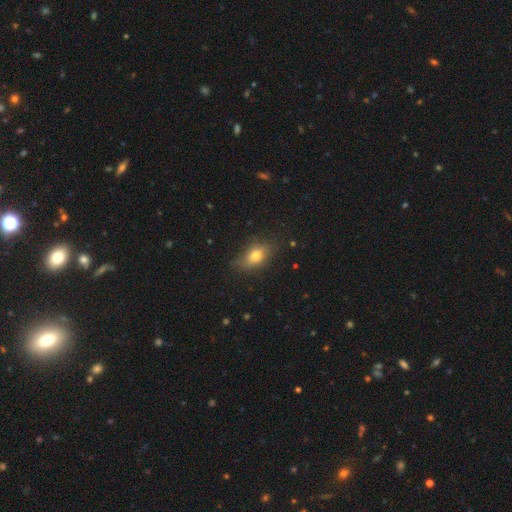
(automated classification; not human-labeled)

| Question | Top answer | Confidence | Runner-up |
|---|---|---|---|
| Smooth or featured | smooth | 69% | featured or disk (20%) |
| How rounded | in between | 78% | round (15%) |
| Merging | none | 75% | minor disturbance (19%) |